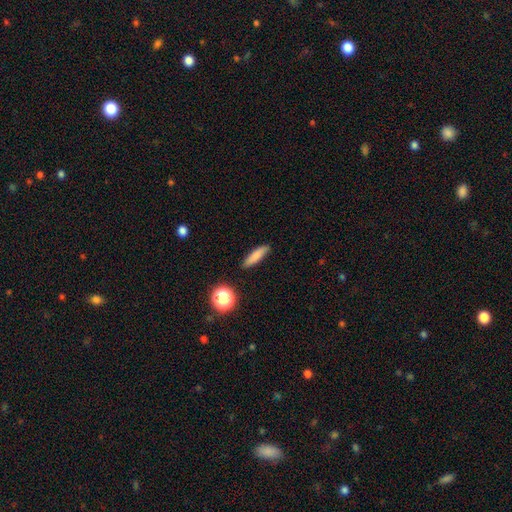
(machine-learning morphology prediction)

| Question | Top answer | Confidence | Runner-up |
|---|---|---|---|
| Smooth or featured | smooth | 79% | featured or disk (12%) |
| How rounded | cigar-shaped | 70% | in between (26%) |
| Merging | none | 86% | minor disturbance (10%) |